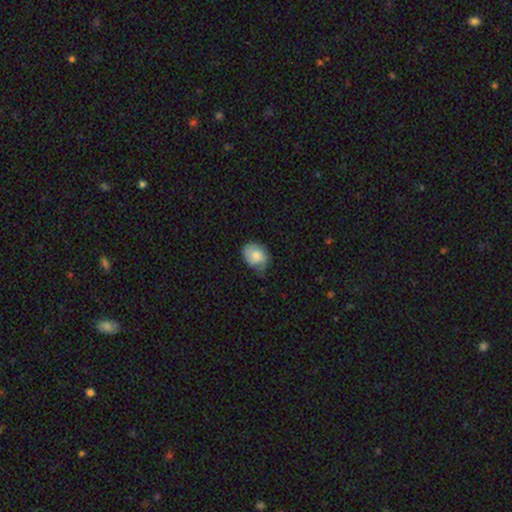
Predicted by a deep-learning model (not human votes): Smooth or featured?
  - smooth: 70% *
  - featured or disk: 23%
  - star or artifact: 7%
How rounded?
  - in between: 63% *
  - round: 36%
  - cigar-shaped: 1%
Merging?
  - none: 48% *
  - minor disturbance: 40%
  - major disturbance: 11%
  - merger: 1%